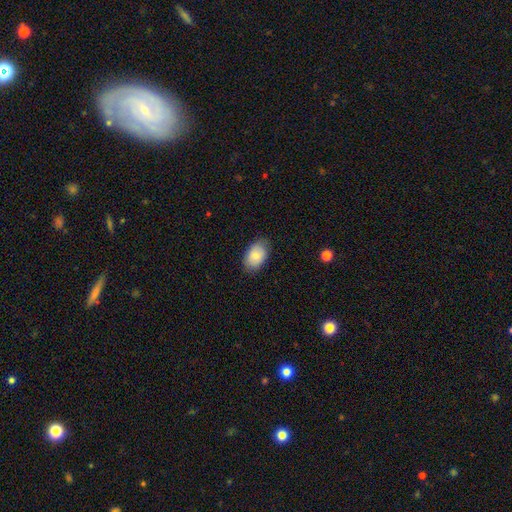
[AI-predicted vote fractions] smooth-or-featured: smooth: 79% | featured or disk: 14% | star or artifact: 7%
  how-rounded: in between: 89% | round: 10% | cigar-shaped: 1%
  merging: none: 82% | minor disturbance: 14% | major disturbance: 3% | merger: 1%